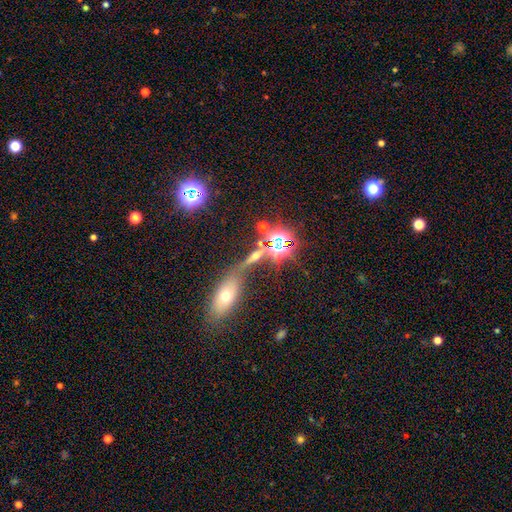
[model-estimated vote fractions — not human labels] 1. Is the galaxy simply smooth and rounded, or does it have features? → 45% star or artifact, 27% smooth, 27% featured or disk.